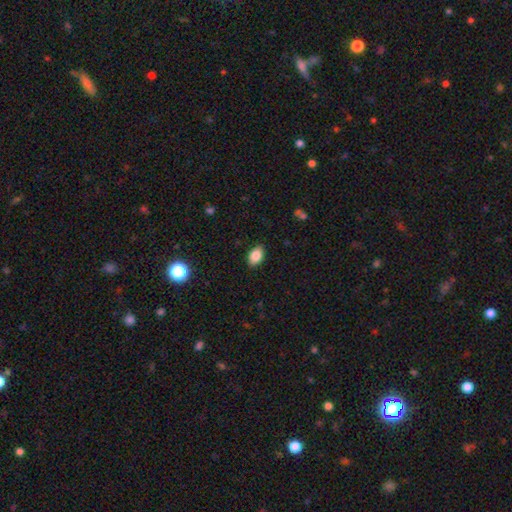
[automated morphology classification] Smooth or featured: smooth — 86% (star or artifact — 9%)
How rounded: in between — 88% (round — 10%)
Merging: none — 87% (minor disturbance — 9%)